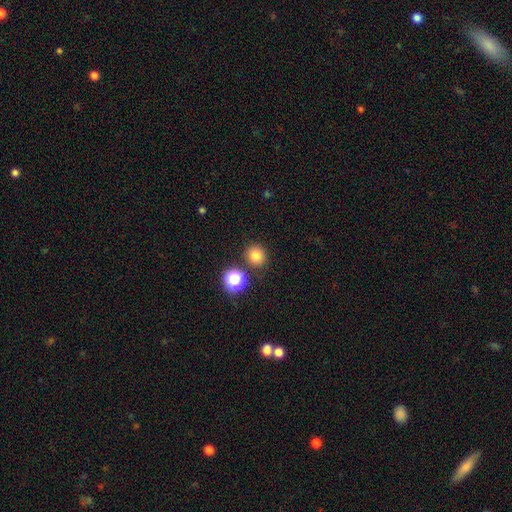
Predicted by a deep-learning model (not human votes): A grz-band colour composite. It shows a smooth galaxy with no disk features (77%) that is round (90%). Merging: none (85%).